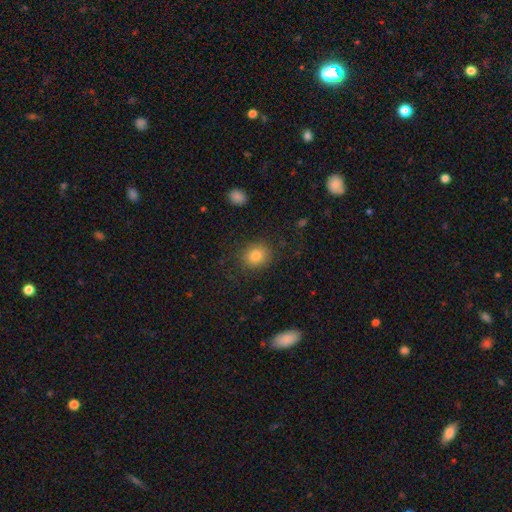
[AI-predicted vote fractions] Smooth or featured: smooth — 82% (star or artifact — 11%)
How rounded: round — 72% (in between — 27%)
Merging: none — 86% (minor disturbance — 9%)